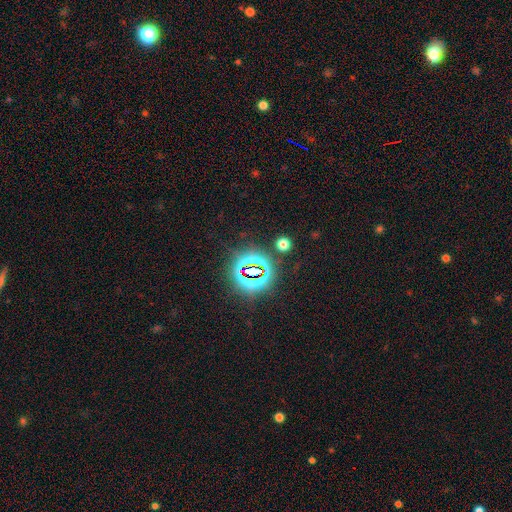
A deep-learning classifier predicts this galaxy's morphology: smooth_or_featured: star or artifact (p=0.81) [alt: smooth p=0.11]